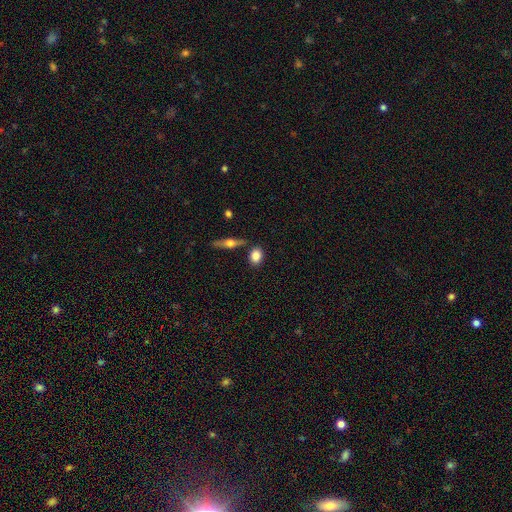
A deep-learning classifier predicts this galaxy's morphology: Overall: smooth (81%). How rounded: in between (68%; round 28%). Merging: none (76%).